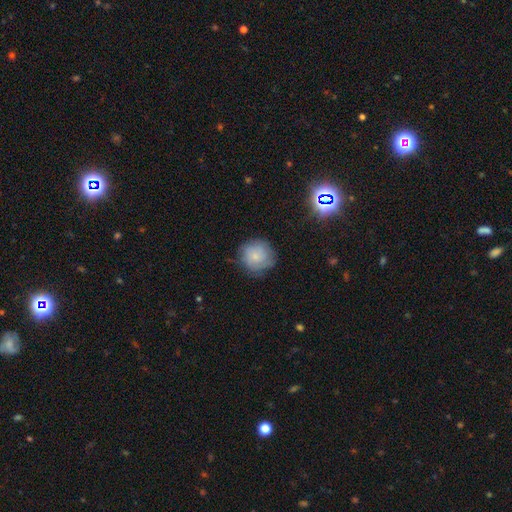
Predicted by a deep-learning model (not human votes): smooth_or_featured: smooth (p=0.67) [alt: featured or disk p=0.23]
how_rounded: round (p=0.91) [alt: in between p=0.08]
merging: none (p=0.74) [alt: minor disturbance p=0.19]